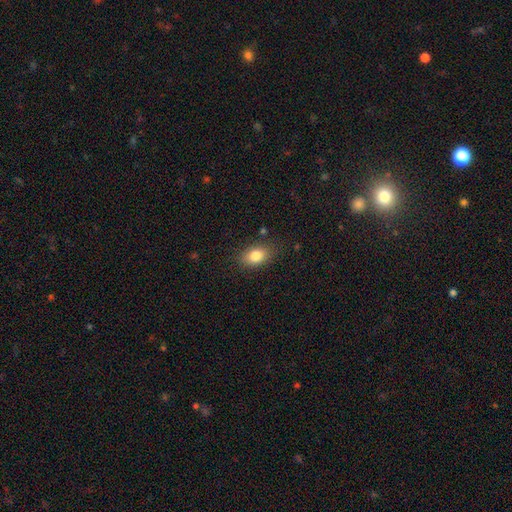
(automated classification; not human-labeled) smooth_or_featured: smooth (p=0.82) [alt: star or artifact p=0.09]
how_rounded: in between (p=0.81) [alt: round p=0.17]
merging: none (p=0.81) [alt: minor disturbance p=0.13]